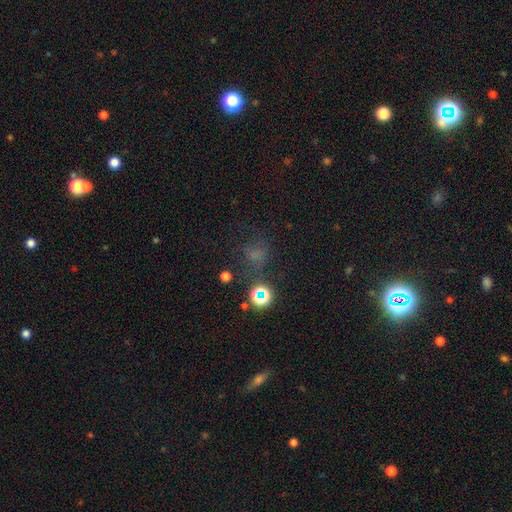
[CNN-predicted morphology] This appears to be a star or artifact, not a galaxy (47%).